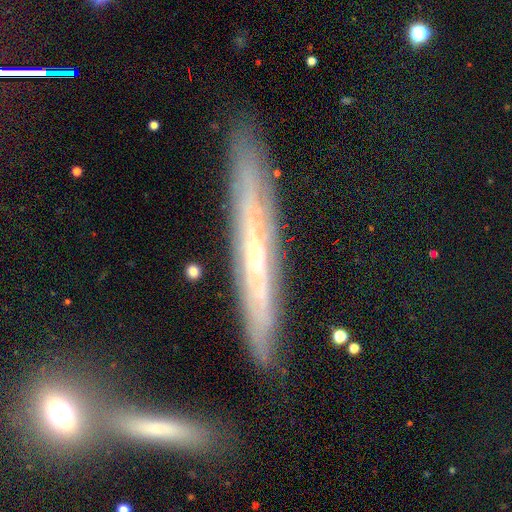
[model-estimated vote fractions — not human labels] This is likely a featured or disk galaxy (62%). It is clearly viewed edge-on (84%). Edge-on bulge: likely none (71%). Merging: clearly none (84%).